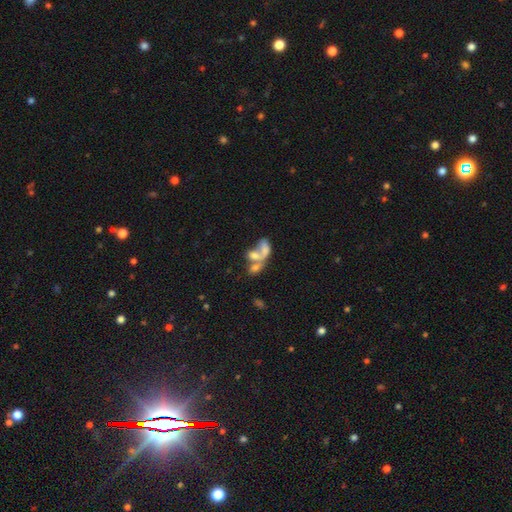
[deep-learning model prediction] Smooth or featured: smooth — 53% (featured or disk — 35%)
How rounded: in between — 83% (round — 12%)
Merging: merger — 69% (none — 13%)